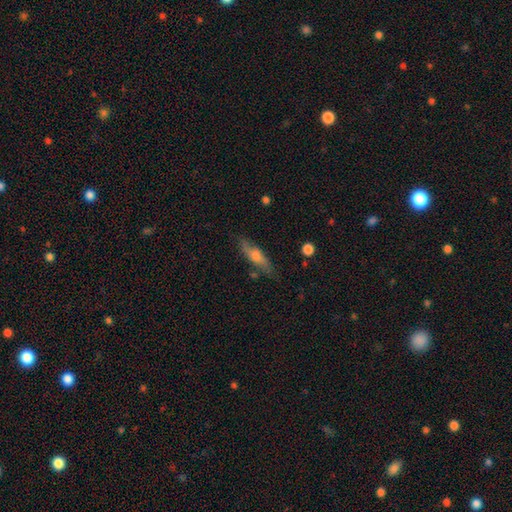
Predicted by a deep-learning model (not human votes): smooth-or-featured: smooth: 49% | featured or disk: 44% | star or artifact: 7%
  merging: none: 76% | minor disturbance: 18% | major disturbance: 4% | merger: 2%